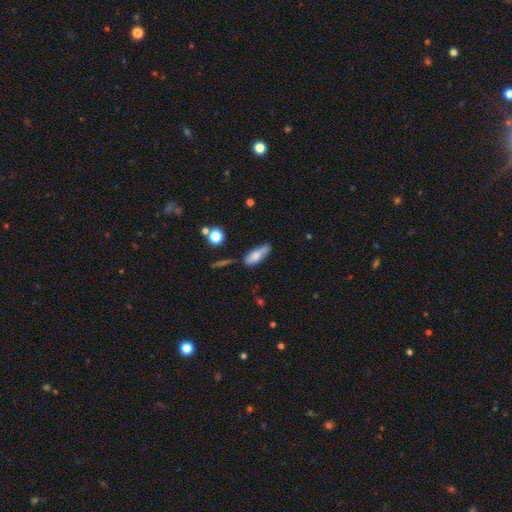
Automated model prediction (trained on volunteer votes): Overall: smooth (77%). How rounded: in between (58%; cigar-shaped 39%). Merging: none (61%; minor disturbance 27%).